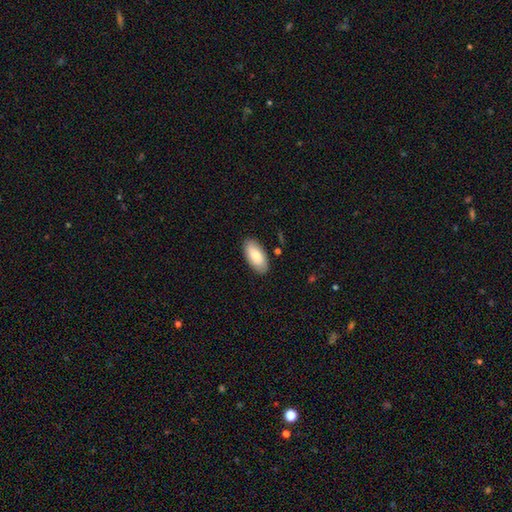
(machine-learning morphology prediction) Smooth or featured? Predicted: smooth (p=0.81). How rounded? Predicted: in between (p=0.94). Merging? Predicted: none (p=0.86).